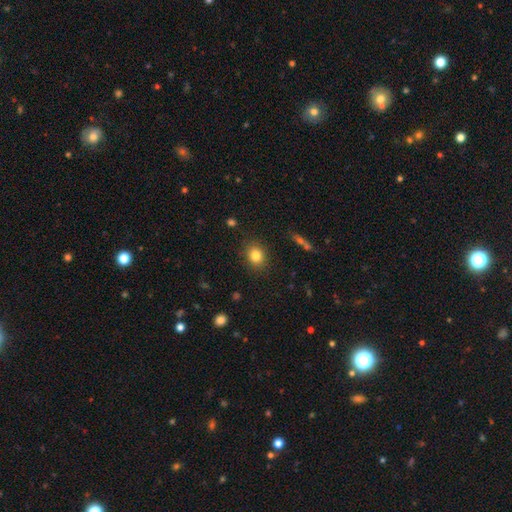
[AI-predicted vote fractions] smooth_or_featured: smooth (p=0.82) [alt: star or artifact p=0.11]
how_rounded: round (p=0.60) [alt: in between p=0.39]
merging: none (p=0.87) [alt: minor disturbance p=0.09]